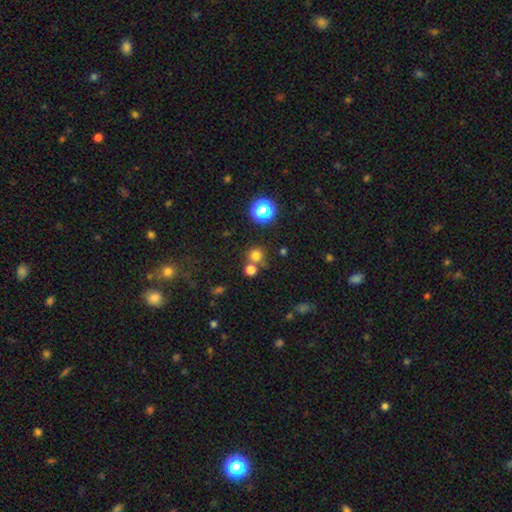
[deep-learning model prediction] Smooth or featured: smooth — 71% (star or artifact — 22%)
How rounded: round — 92% (in between — 7%)
Merging: none — 69% (merger — 20%)